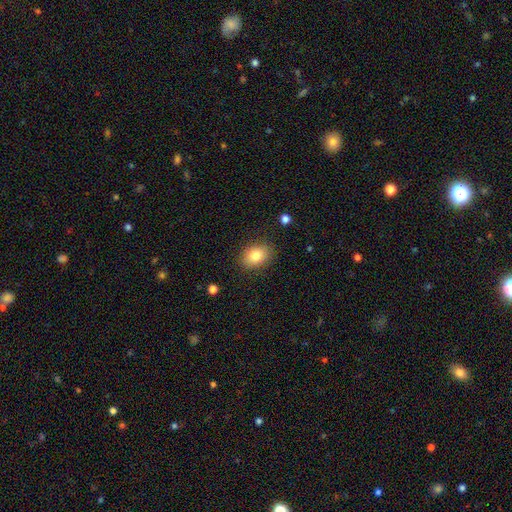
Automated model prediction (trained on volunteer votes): Morphology: type=smooth (81%); roundness=in between (66%); merging=none (86%).